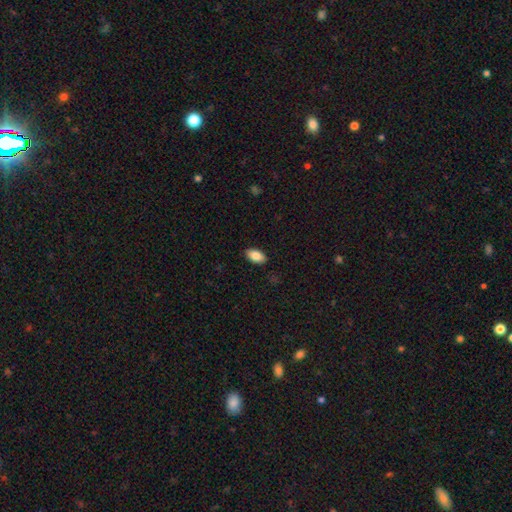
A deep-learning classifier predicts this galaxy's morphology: Smooth or featured?
  - smooth: 86% *
  - featured or disk: 7%
  - star or artifact: 7%
How rounded?
  - in between: 93% *
  - round: 4%
  - cigar-shaped: 3%
Merging?
  - none: 88% *
  - minor disturbance: 9%
  - major disturbance: 2%
  - merger: 1%